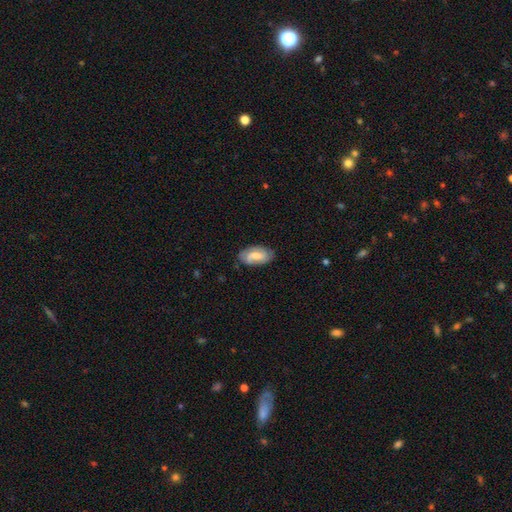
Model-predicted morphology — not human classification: Smooth or featured?
  - featured or disk: 47% *
  - smooth: 46%
  - star or artifact: 6%
Merging?
  - none: 76% *
  - minor disturbance: 18%
  - major disturbance: 4%
  - merger: 1%